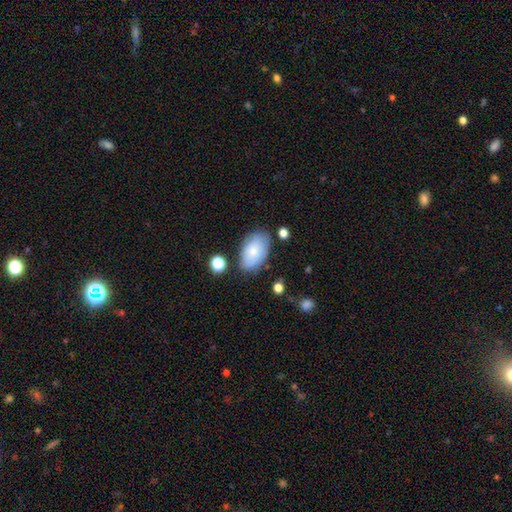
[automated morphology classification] Overall: smooth (75%). How rounded: in between (93%). Merging: none (74%).